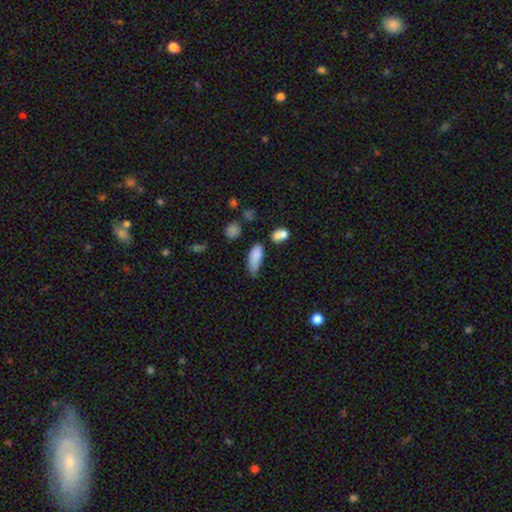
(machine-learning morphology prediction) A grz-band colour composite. It shows a smooth galaxy with no disk features (82%) that is in between round and cigar-shaped (74%). Merging: none (44%).